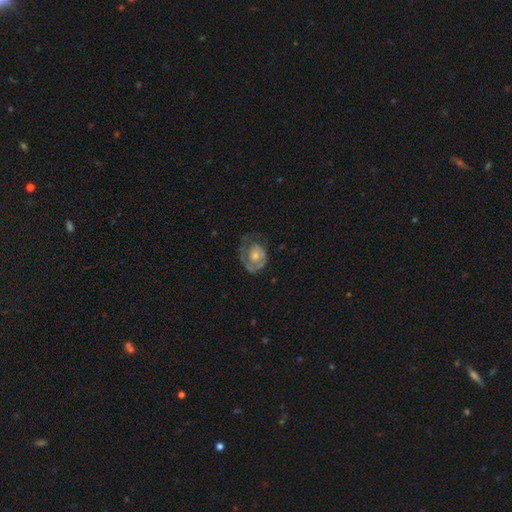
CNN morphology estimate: The model was most divided on "bulge size": moderate: 49%, small: 38%, large: 7%, none: 4%, dominant: 1%. Remaining: edge-on disk — no (97%); bar — no (81%); spiral arms — yes (71%); smooth or featured — featured or disk (62%); merging — none (46%).